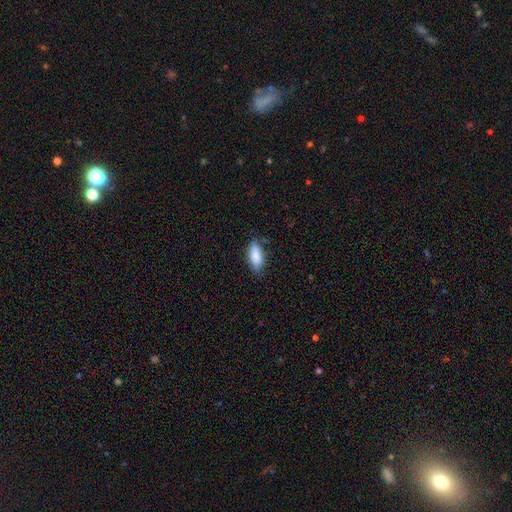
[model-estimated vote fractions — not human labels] A smooth galaxy with no disk features (87%) that is in between round and cigar-shaped (78%). Merging: none (80%).